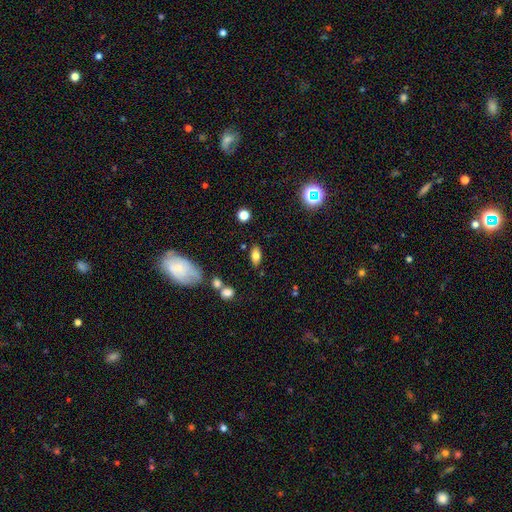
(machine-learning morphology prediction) smooth-or-featured: smooth: 75% | featured or disk: 15% | star or artifact: 11%
  how-rounded: in between: 87% | cigar-shaped: 7% | round: 7%
  merging: none: 79% | minor disturbance: 12% | merger: 4% | major disturbance: 4%